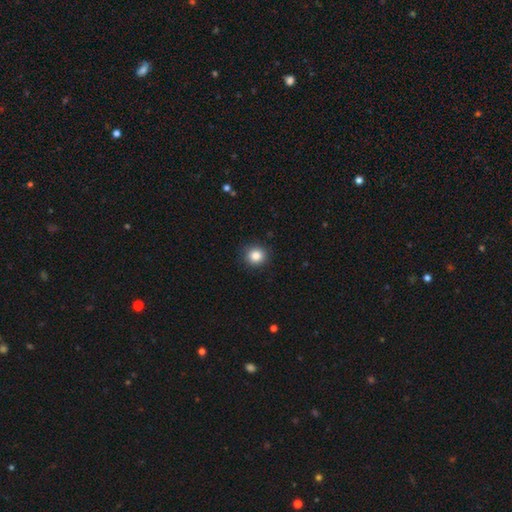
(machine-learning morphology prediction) smooth 85%, star or artifact 10%, featured or disk 5%. Down the decision tree: how rounded — round (88%); merging — none (89%).